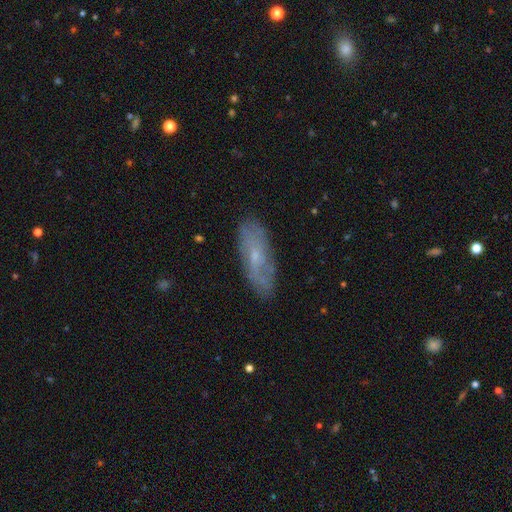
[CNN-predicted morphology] Smooth or featured? Predicted: featured or disk (p=0.51). Edge-on disk? Predicted: no (p=0.78). Merging? Predicted: none (p=0.77).